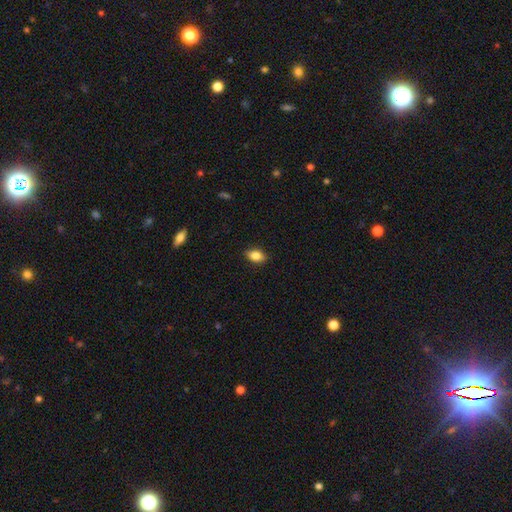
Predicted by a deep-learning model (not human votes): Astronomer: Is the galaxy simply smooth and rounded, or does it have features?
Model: smooth — 84%.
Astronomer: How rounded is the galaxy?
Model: in between — 84%.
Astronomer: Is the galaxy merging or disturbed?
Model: none — 88%.